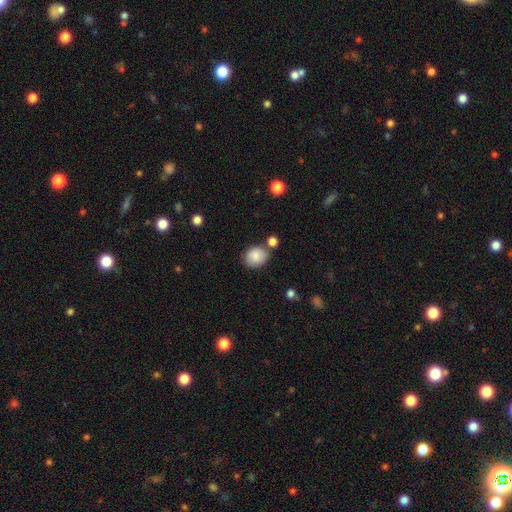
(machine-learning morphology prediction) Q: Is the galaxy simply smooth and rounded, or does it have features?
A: smooth — 82%.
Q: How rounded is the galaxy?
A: round — 54%.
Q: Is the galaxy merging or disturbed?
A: none — 70%.